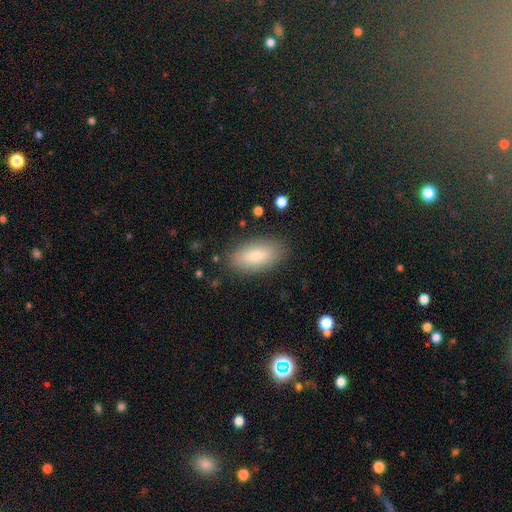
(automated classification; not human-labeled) Smooth or featured: smooth — 77% (featured or disk — 16%)
How rounded: in between — 88% (cigar-shaped — 9%)
Merging: none — 84% (minor disturbance — 11%)